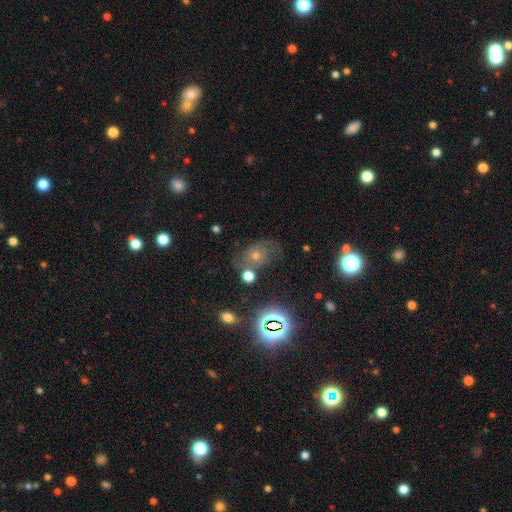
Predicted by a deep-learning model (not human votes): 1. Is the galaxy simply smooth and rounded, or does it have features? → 43% featured or disk, 34% star or artifact, 22% smooth.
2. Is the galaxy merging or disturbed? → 62% none, 20% minor disturbance, 12% major disturbance, 6% merger.